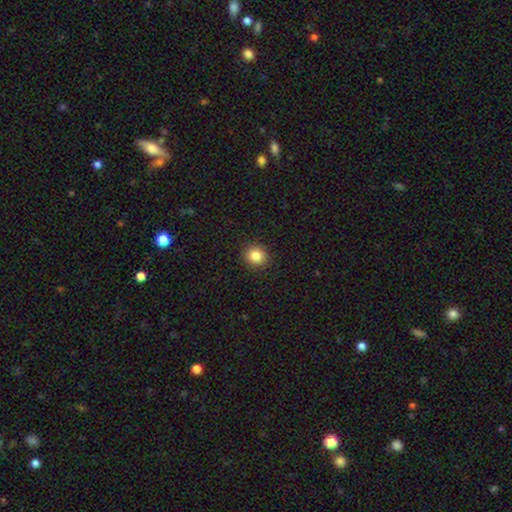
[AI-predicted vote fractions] Smooth or featured? Predicted: smooth (p=0.84). How rounded? Predicted: round (p=0.84). Merging? Predicted: none (p=0.91).